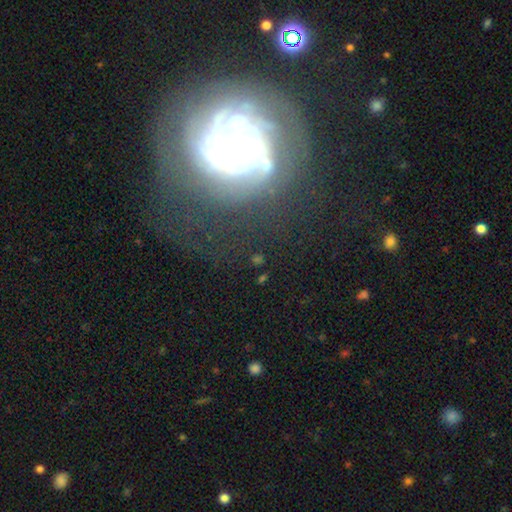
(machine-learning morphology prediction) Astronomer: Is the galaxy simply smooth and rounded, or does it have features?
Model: featured or disk — 73%.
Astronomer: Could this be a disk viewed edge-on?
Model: no — 96%.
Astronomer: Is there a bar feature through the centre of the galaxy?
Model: no — 71%.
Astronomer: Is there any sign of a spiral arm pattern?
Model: yes — 86%.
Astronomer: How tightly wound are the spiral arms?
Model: tight — 62%.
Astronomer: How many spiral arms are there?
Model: can't tell — 37% (runner-up: 2, 18%).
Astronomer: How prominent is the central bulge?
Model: moderate — 35% (runner-up: small, 30%).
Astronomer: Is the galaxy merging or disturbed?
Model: none — 59%.